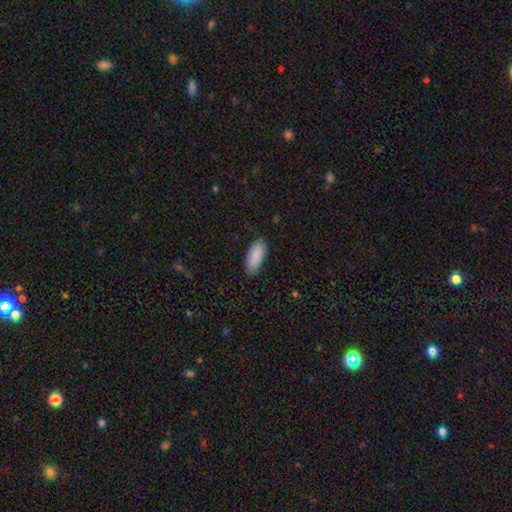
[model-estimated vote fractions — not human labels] This appears to be a smooth galaxy with no disk features (89%) that is in between round and cigar-shaped (83%). Merging: none (86%).